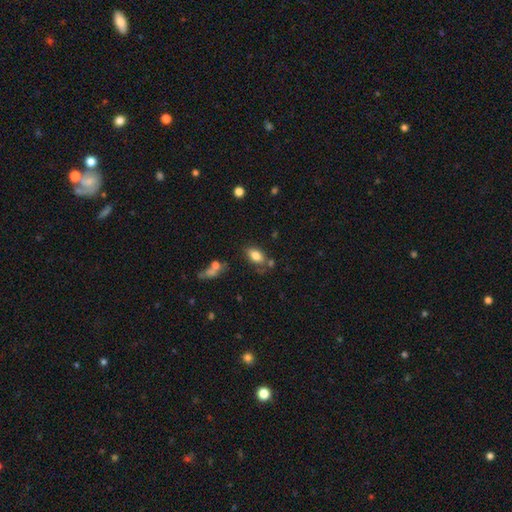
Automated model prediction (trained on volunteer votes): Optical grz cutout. It shows a smooth galaxy with no disk features (81%) that is in between round and cigar-shaped (90%). Merging: none (68%).